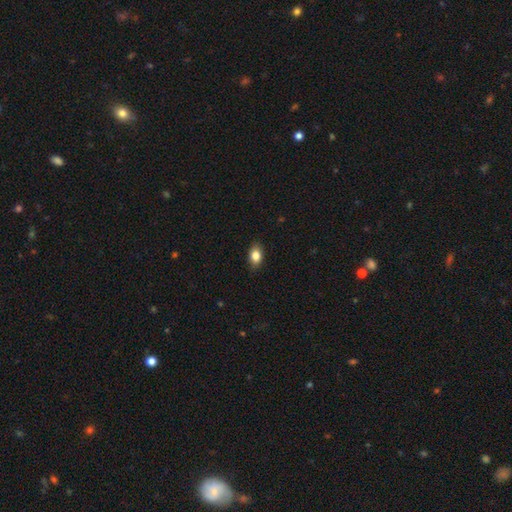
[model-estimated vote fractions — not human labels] Smooth or featured: smooth — 82% (featured or disk — 9%)
How rounded: in between — 83% (round — 14%)
Merging: none — 84% (minor disturbance — 12%)